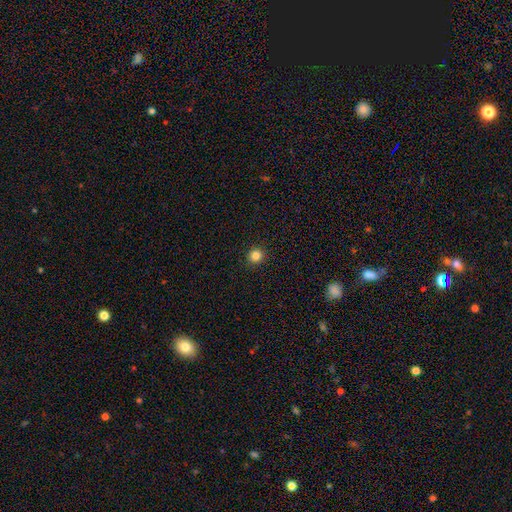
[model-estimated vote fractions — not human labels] This is clearly a smooth galaxy (83%). How rounded: clearly round (92%). Merging: clearly none (92%).